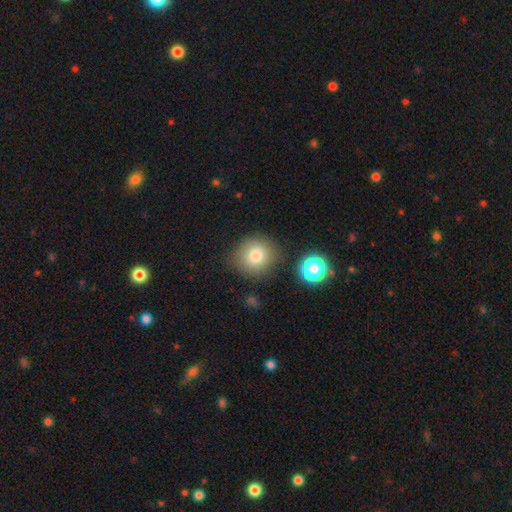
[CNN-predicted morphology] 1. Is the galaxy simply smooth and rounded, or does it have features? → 80% smooth, 11% star or artifact, 9% featured or disk.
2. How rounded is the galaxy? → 89% round, 10% in between, 1% cigar-shaped.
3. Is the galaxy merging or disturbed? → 80% none, 12% minor disturbance, 5% merger, 4% major disturbance.